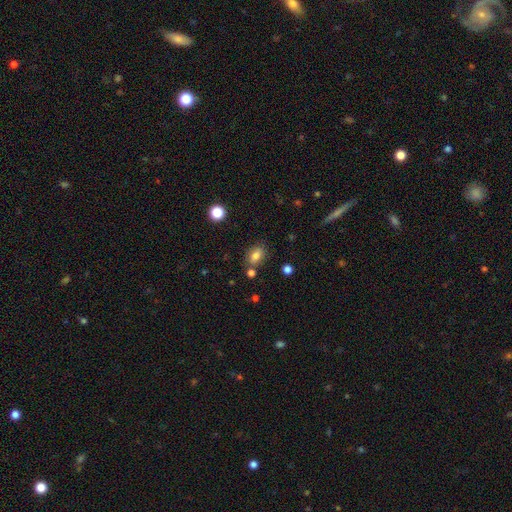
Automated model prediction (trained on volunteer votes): A smooth galaxy with no disk features (81%) that is in between round and cigar-shaped (83%). Merging: none (75%).